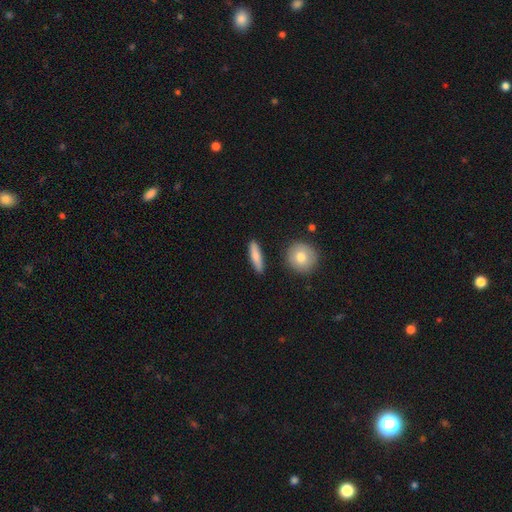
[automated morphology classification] Q: Smooth or featured?
A: smooth (79%); runner-up: featured or disk (16%)
Q: How rounded?
A: cigar-shaped (70%); runner-up: in between (26%)
Q: Merging?
A: none (87%); runner-up: minor disturbance (8%)